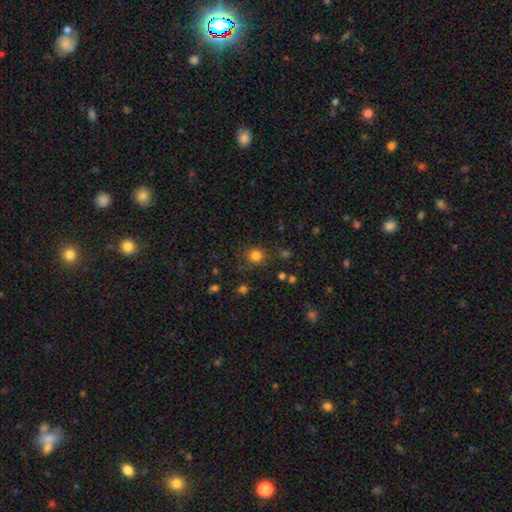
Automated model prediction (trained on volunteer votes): Q: Smooth or featured?
A: smooth (81%); runner-up: star or artifact (14%)
Q: How rounded?
A: round (90%); runner-up: in between (9%)
Q: Merging?
A: none (81%); runner-up: minor disturbance (11%)